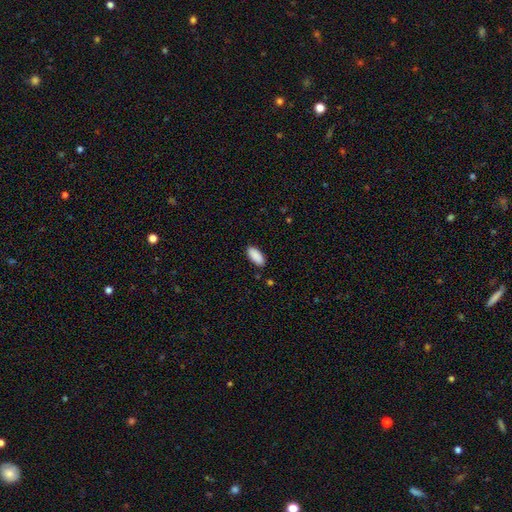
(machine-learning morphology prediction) This is clearly a smooth galaxy (90%). How rounded: clearly in between (88%). Merging: clearly none (86%).